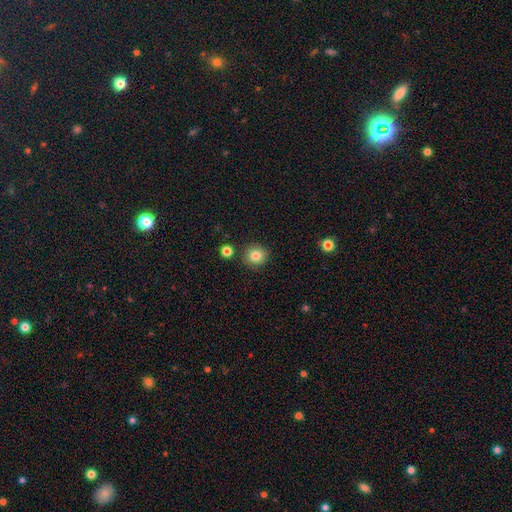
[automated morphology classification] The model was most divided on "smooth or featured": smooth: 83%, star or artifact: 11%, featured or disk: 6%. More confident: how rounded — round (91%); merging — none (88%).